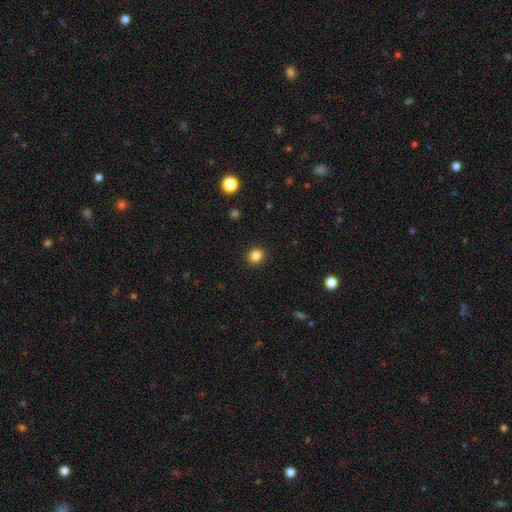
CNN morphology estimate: smooth_or_featured: smooth (p=0.85) [alt: star or artifact p=0.11]
how_rounded: round (p=0.83) [alt: in between p=0.16]
merging: none (p=0.91) [alt: minor disturbance p=0.06]